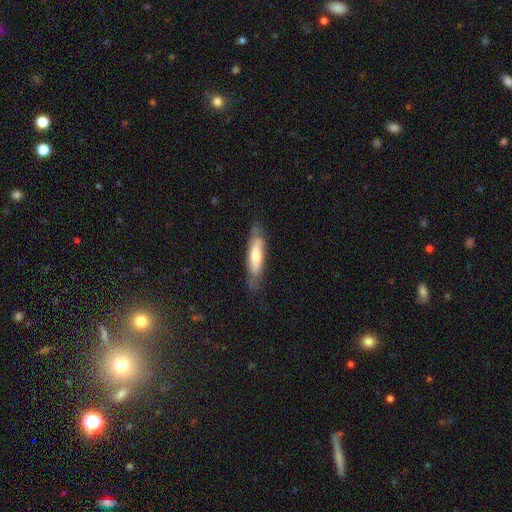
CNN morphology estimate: A smooth galaxy with no disk features (50%).

Vote fractions:
- Smooth or featured? smooth: 50% / featured or disk: 44% / star or artifact: 6%
- Merging? none: 74% / minor disturbance: 20% / major disturbance: 5% / merger: 1%